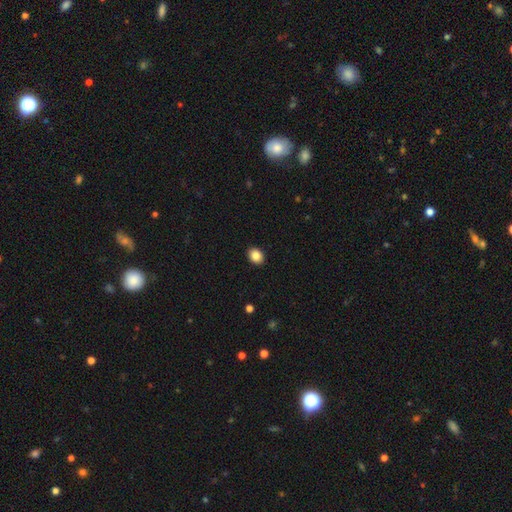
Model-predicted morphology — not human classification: Smooth or featured?
  - smooth: 86% *
  - star or artifact: 9%
  - featured or disk: 5%
How rounded?
  - in between: 59% *
  - round: 40%
  - cigar-shaped: 1%
Merging?
  - none: 91% *
  - minor disturbance: 6%
  - major disturbance: 2%
  - merger: 1%